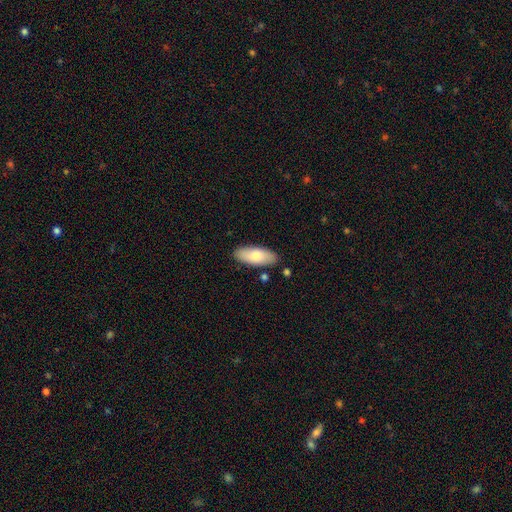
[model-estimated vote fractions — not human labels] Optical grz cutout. It shows a smooth galaxy with no disk features (77%) that is in between round and cigar-shaped (83%). Merging: none (85%).